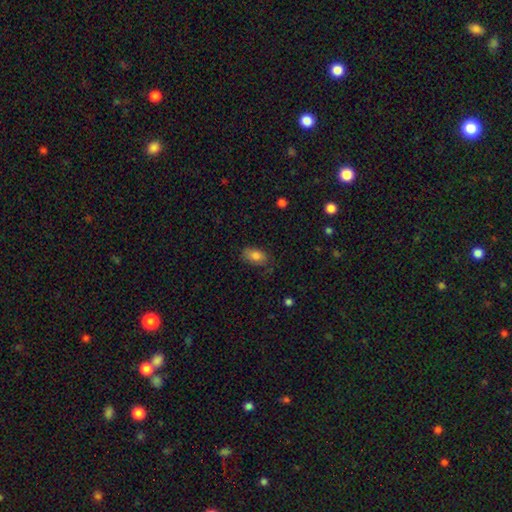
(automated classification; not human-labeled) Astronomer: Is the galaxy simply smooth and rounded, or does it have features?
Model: smooth — 81%.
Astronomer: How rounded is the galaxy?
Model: in between — 90%.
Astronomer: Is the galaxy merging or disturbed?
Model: none — 65%.